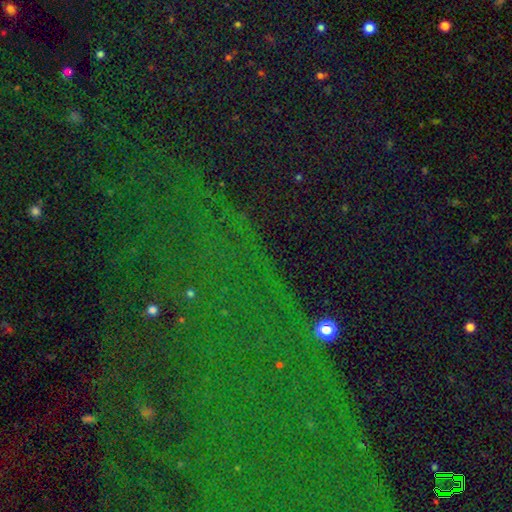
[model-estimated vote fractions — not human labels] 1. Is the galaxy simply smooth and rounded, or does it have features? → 82% star or artifact, 9% smooth, 8% featured or disk.